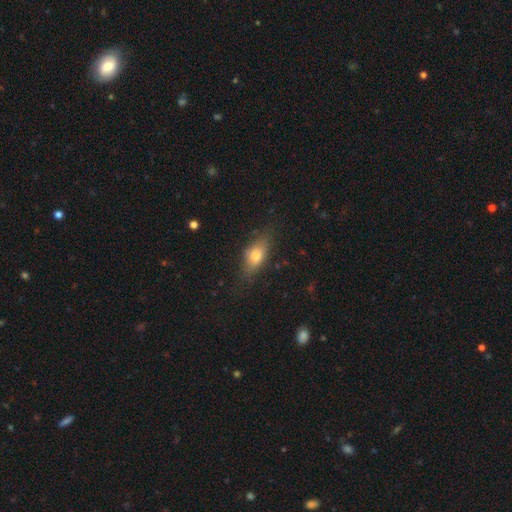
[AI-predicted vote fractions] A smooth galaxy with no disk features (69%) that is in between round and cigar-shaped (75%).

Vote fractions:
- Smooth or featured? smooth: 69% / featured or disk: 22% / star or artifact: 9%
- How rounded? in between: 75% / cigar-shaped: 19% / round: 7%
- Merging? none: 74% / minor disturbance: 19% / major disturbance: 6% / merger: 1%